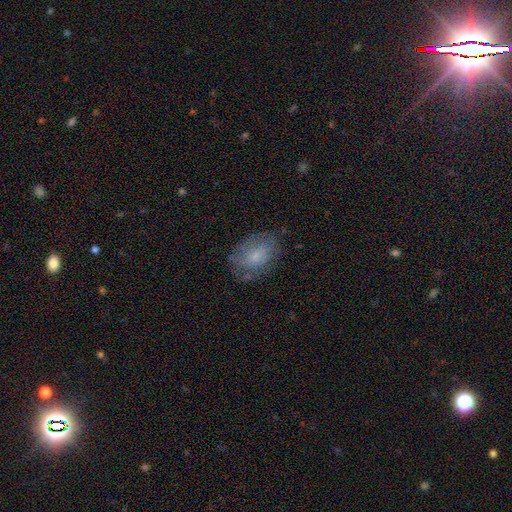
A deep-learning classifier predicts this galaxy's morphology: The model was most divided on "smooth or featured": smooth: 60%, featured or disk: 31%, star or artifact: 9%. More confident: how rounded — in between (78%); merging — none (62%).